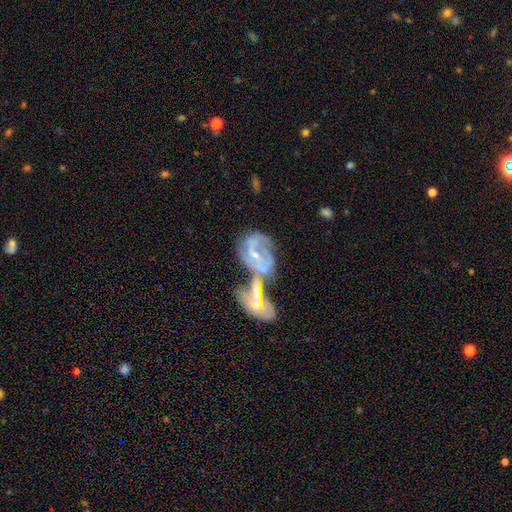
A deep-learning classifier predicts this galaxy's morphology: The model was most divided on "bar": weak: 41%, no: 37%, strong: 22%. Remaining: edge-on disk — no (96%); spiral arms — yes (85%); smooth or featured — featured or disk (80%); bulge size — small (61%); merging — merger (59%); spiral arm count — 2 (48%); spiral winding — medium (44%).